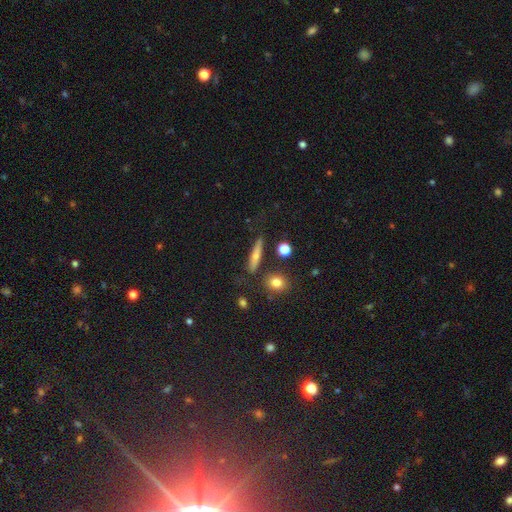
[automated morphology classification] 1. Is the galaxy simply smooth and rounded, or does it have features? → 54% smooth, 36% featured or disk, 10% star or artifact.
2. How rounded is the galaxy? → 79% cigar-shaped, 15% in between, 6% round.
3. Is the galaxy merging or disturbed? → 78% none, 13% minor disturbance, 5% merger, 4% major disturbance.